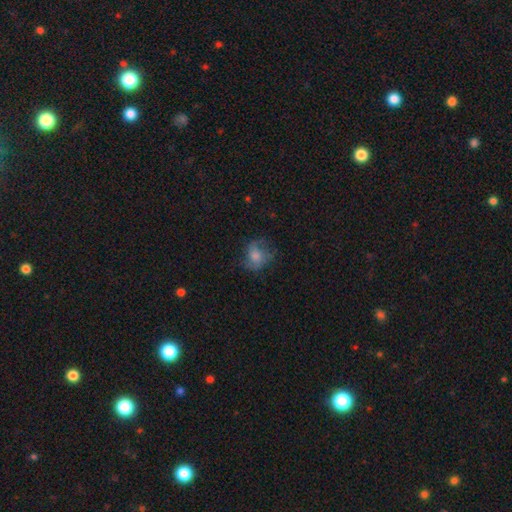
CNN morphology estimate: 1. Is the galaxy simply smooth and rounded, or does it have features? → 45% smooth, 42% featured or disk, 13% star or artifact.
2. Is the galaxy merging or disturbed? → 58% none, 23% minor disturbance, 18% major disturbance, 1% merger.